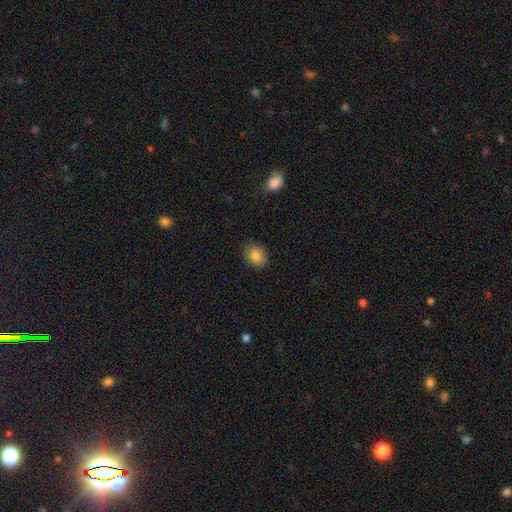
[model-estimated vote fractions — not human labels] Smooth or featured? Predicted: smooth (p=0.86). How rounded? Predicted: in between (p=0.67). Merging? Predicted: none (p=0.87).